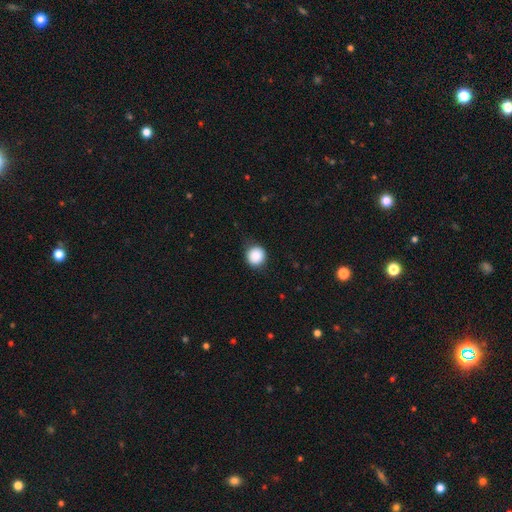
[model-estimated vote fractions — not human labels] smooth-or-featured: smooth: 89% | star or artifact: 8% | featured or disk: 3%
  how-rounded: round: 92% | in between: 7% | cigar-shaped: 1%
  merging: none: 85% | minor disturbance: 11% | major disturbance: 3% | merger: 1%